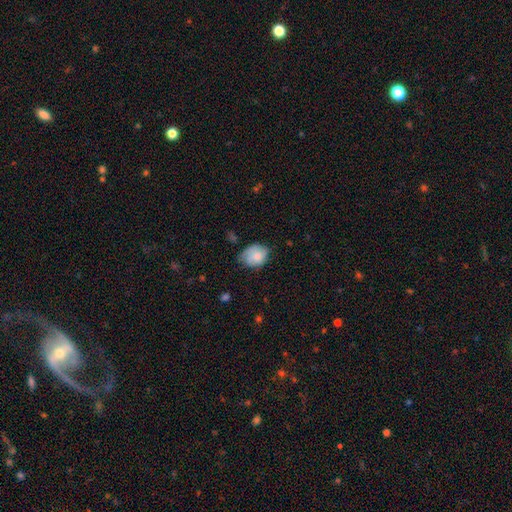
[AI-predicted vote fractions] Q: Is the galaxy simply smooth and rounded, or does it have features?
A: smooth — 71%.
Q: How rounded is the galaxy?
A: in between — 59%.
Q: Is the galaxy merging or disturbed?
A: none — 49%.